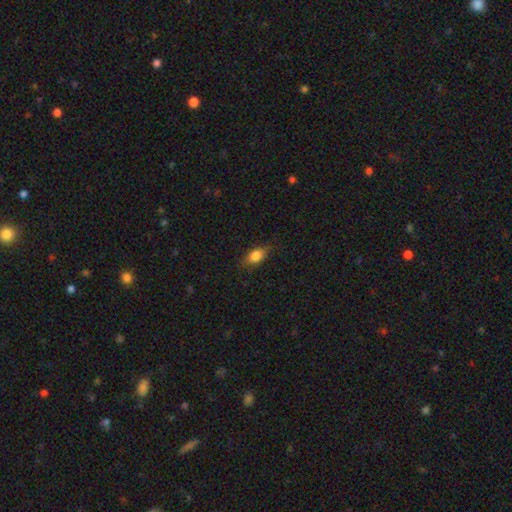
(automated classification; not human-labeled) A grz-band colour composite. It shows a smooth galaxy with no disk features (82%) that is in between round and cigar-shaped (82%). Merging: none (78%).